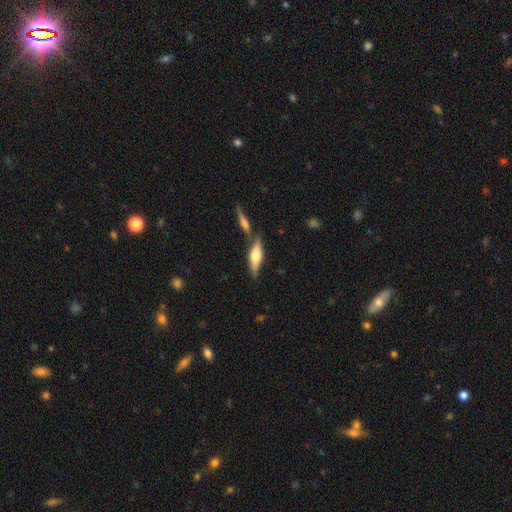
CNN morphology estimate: A featured or disk galaxy (48%). Merging: none (61%).